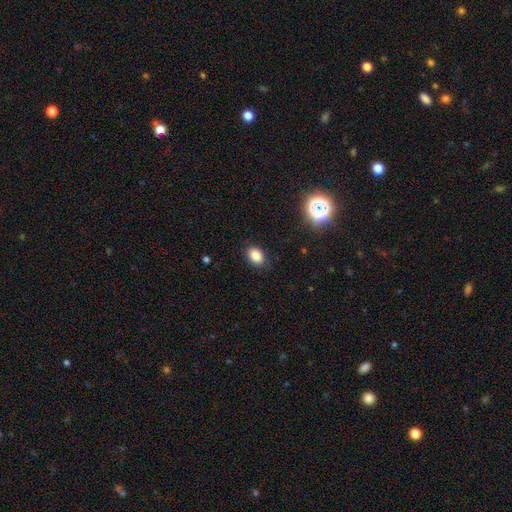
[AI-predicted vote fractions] A smooth galaxy with no disk features (85%) that is in between round and cigar-shaped (77%). Merging: none (85%).